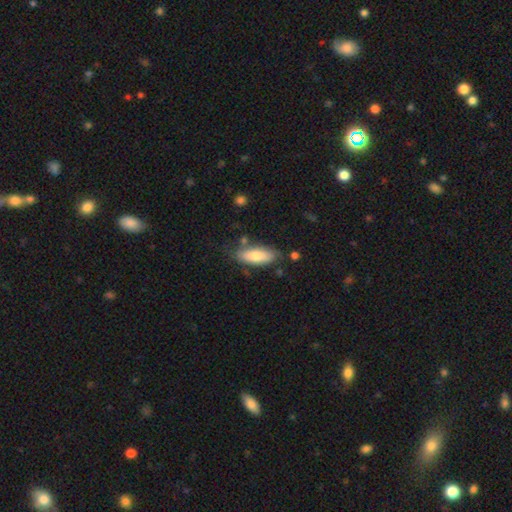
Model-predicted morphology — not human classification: A smooth galaxy with no disk features (77%) that is in between round and cigar-shaped (70%). Merging: none (75%).